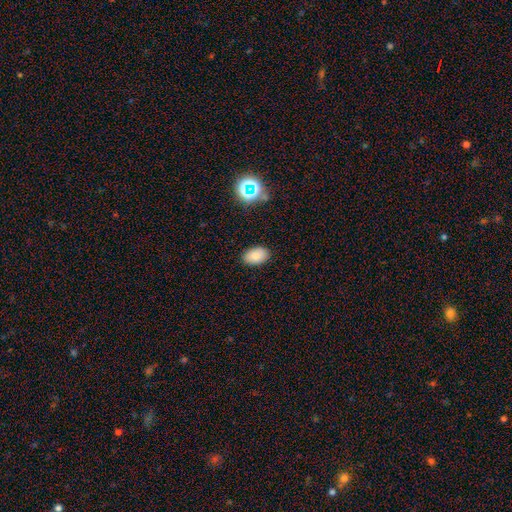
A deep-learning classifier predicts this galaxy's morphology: This appears to be a smooth galaxy with no disk features (80%) that is in between round and cigar-shaped (90%). Merging: none (87%).